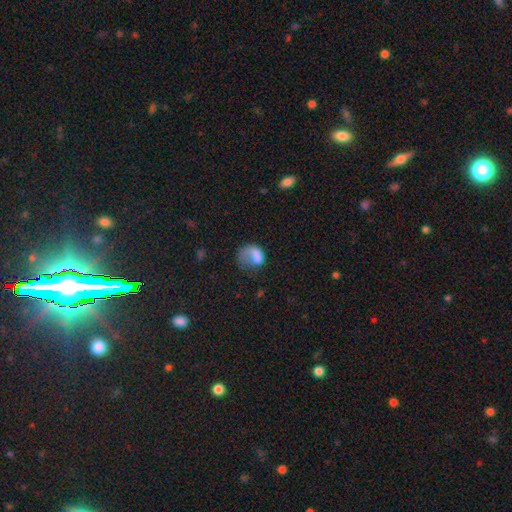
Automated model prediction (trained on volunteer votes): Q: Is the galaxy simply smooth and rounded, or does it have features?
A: smooth — 66%.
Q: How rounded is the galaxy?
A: in between — 56%.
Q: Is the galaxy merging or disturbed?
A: major disturbance — 52%.